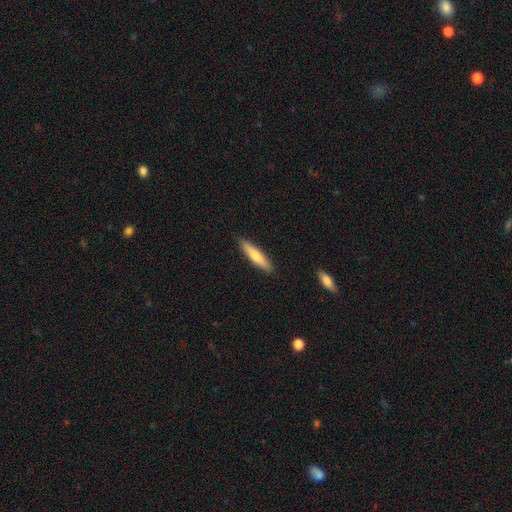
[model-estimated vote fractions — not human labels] Overall: smooth (73%). How rounded: cigar-shaped (86%). Merging: none (90%).